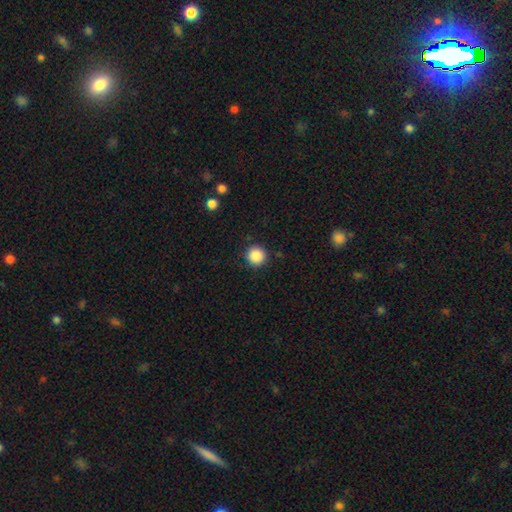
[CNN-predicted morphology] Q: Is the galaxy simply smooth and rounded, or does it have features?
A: smooth — 87%.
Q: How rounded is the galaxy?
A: round — 95%.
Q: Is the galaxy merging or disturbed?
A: none — 90%.